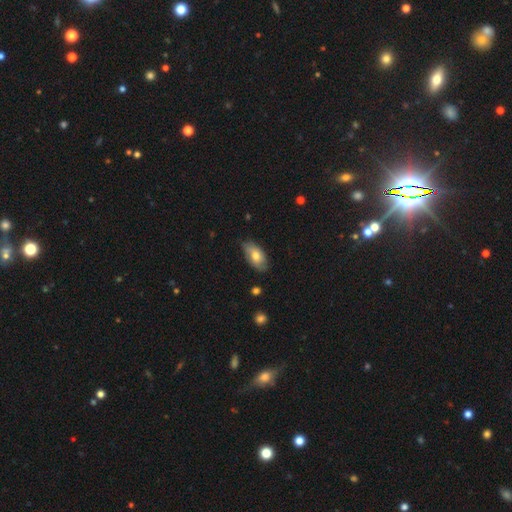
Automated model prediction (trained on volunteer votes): A smooth galaxy with no disk features (66%) that is in between round and cigar-shaped (92%). Merging: none (74%).